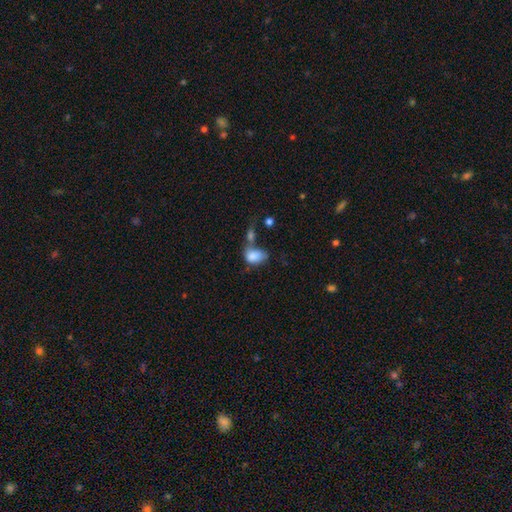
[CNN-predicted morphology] This is clearly a smooth galaxy (80%). How rounded: clearly in between (82%). Merging: marginally merger (40%).